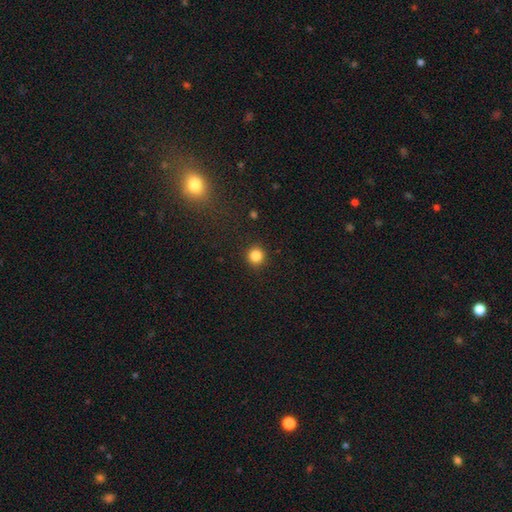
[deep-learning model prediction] A smooth galaxy with no disk features (84%) that is round (94%). Merging: none (92%).